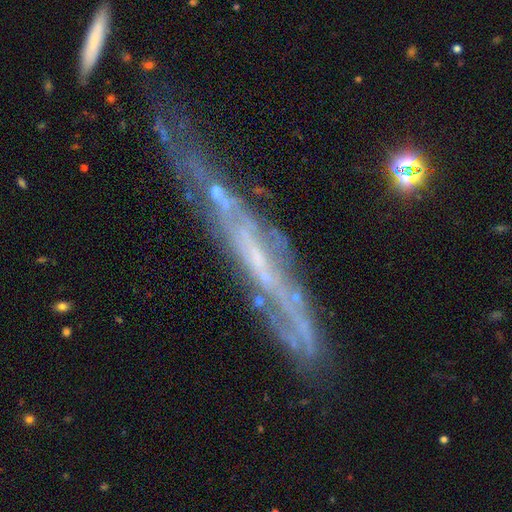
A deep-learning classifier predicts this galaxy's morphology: Smooth or featured?
  - featured or disk: 76% *
  - smooth: 14%
  - star or artifact: 10%
Edge-on disk?
  - yes: 59% *
  - no: 41%
Merging?
  - none: 54% *
  - minor disturbance: 26%
  - major disturbance: 16%
  - merger: 5%